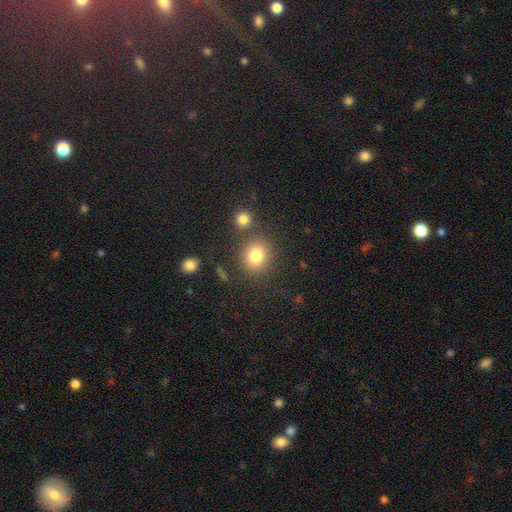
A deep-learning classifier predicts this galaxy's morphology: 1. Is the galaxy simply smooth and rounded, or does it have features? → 81% smooth, 11% star or artifact, 8% featured or disk.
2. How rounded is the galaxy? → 77% round, 21% in between, 1% cigar-shaped.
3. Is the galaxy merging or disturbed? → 77% none, 10% merger, 10% minor disturbance, 4% major disturbance.